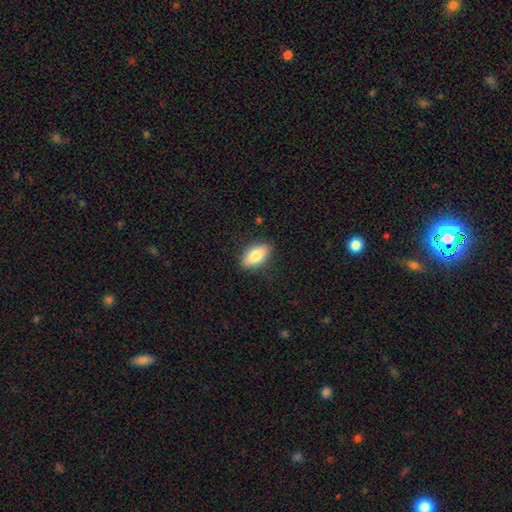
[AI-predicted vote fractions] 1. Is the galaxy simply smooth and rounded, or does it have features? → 79% smooth, 14% featured or disk, 7% star or artifact.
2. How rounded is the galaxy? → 88% in between, 7% cigar-shaped, 4% round.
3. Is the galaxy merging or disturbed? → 86% none, 11% minor disturbance, 2% major disturbance, 1% merger.